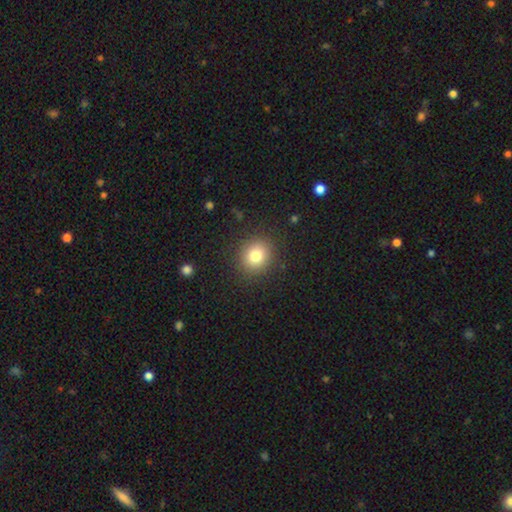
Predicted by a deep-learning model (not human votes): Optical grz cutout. It shows a smooth galaxy with no disk features (79%) that is round (83%). Merging: none (88%).